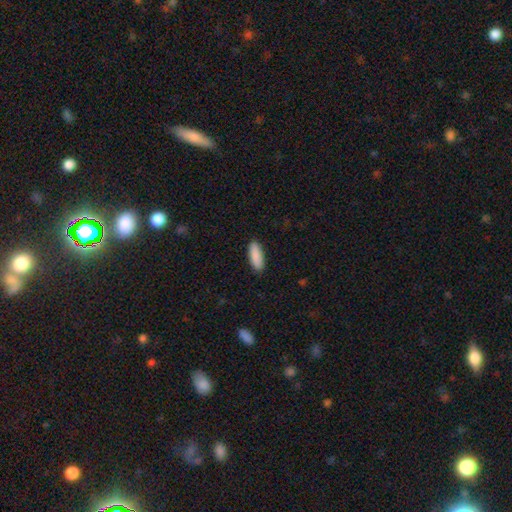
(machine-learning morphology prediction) A smooth galaxy with no disk features (90%) that is in between round and cigar-shaped (59%).

Vote fractions:
- Smooth or featured? smooth: 90% / star or artifact: 6% / featured or disk: 4%
- How rounded? in between: 59% / cigar-shaped: 40% / round: 2%
- Merging? none: 90% / minor disturbance: 7% / major disturbance: 2% / merger: 1%